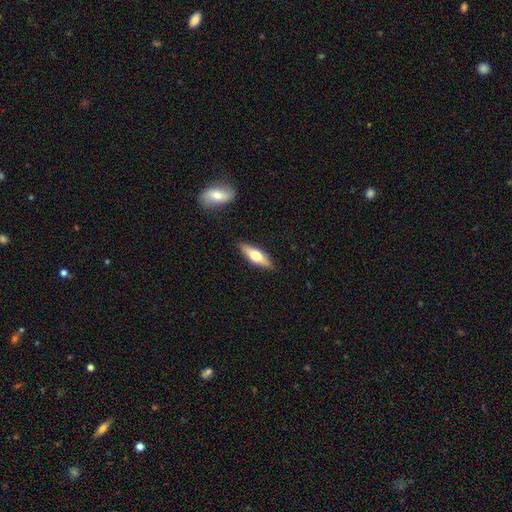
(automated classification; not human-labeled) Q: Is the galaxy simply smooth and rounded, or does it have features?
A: smooth — 49%.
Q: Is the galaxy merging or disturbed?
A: none — 87%.